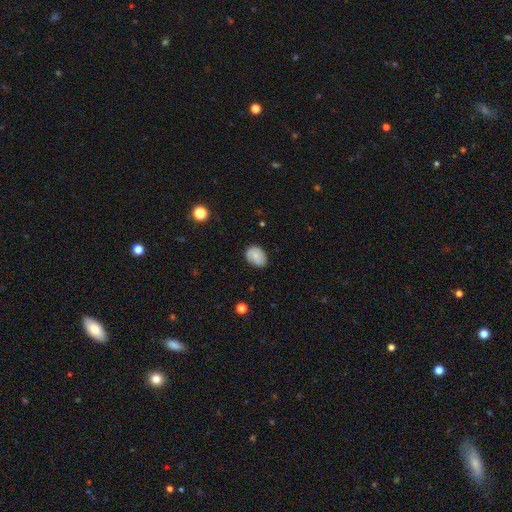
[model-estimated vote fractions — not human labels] This appears to be a smooth galaxy with no disk features (63%) that is in between round and cigar-shaped (69%). Merging: none (79%).